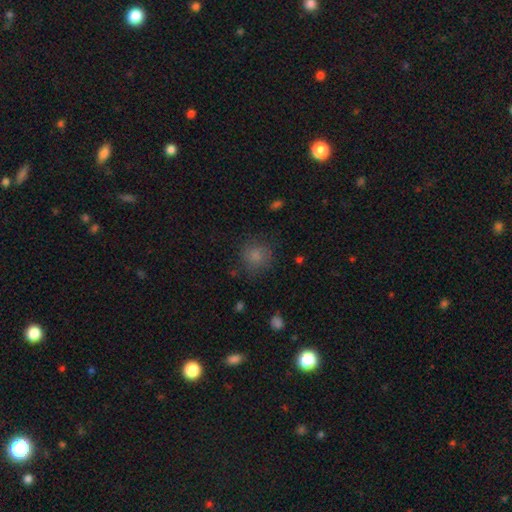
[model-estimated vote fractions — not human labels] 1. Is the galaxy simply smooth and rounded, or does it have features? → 80% smooth, 11% star or artifact, 8% featured or disk.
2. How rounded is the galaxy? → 87% round, 12% in between, 1% cigar-shaped.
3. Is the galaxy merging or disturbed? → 75% none, 16% minor disturbance, 7% major disturbance, 2% merger.